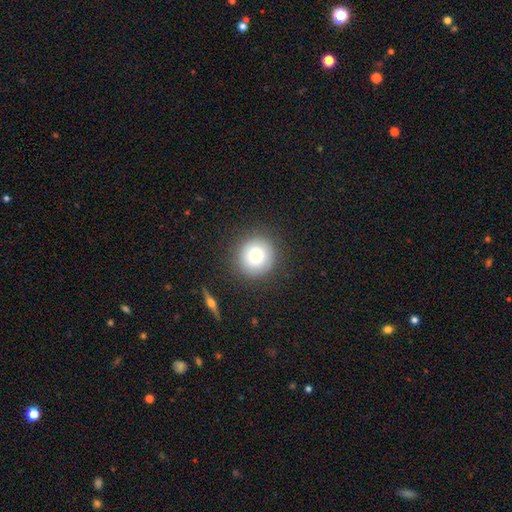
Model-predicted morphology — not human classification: Overall: smooth (73%). How rounded: round (94%). Merging: none (87%).